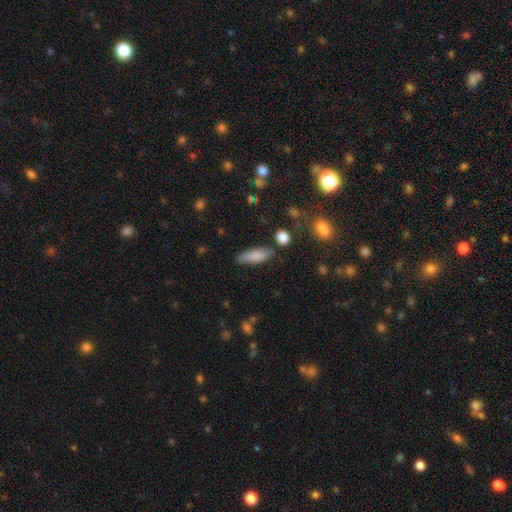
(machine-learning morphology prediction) Smooth or featured? smooth (82%)
How rounded? in between (59%)
Merging? none (72%)